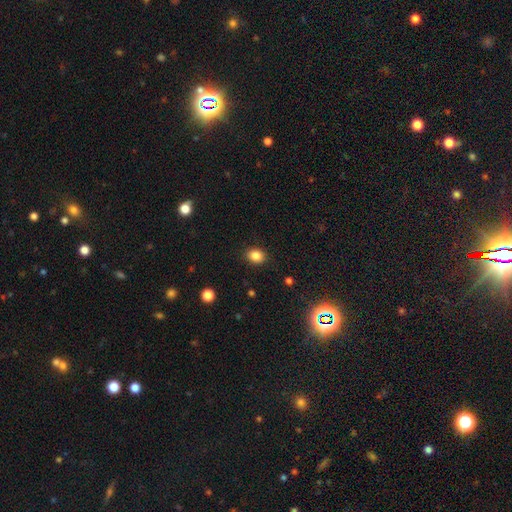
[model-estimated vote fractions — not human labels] This appears to be a smooth galaxy with no disk features (85%) that is round (54%). Merging: none (89%).